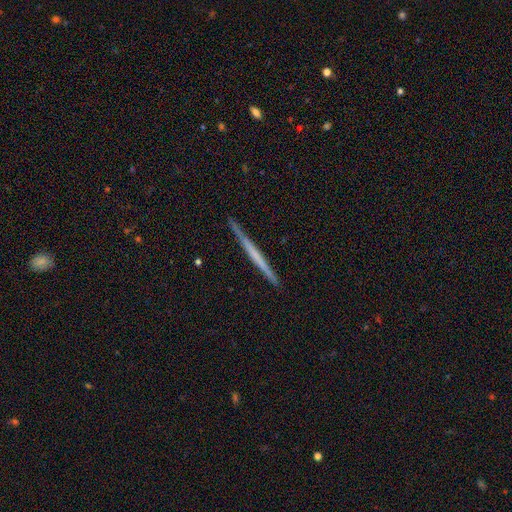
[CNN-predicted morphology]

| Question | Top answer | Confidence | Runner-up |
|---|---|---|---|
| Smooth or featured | featured or disk | 57% | smooth (37%) |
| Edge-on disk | yes | 98% | no (2%) |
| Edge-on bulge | none | 86% | rounded (8%) |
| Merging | none | 91% | minor disturbance (7%) |